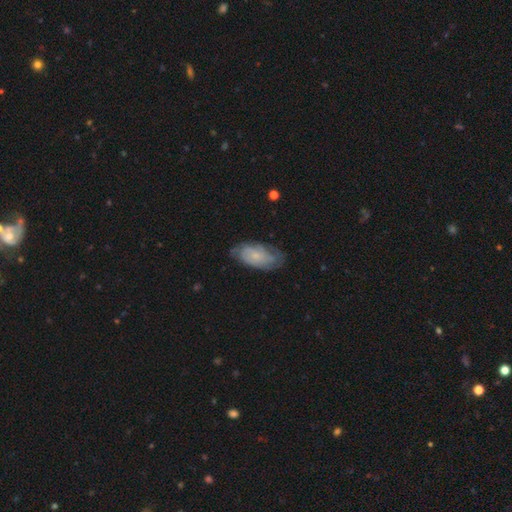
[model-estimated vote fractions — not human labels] Smooth or featured: featured or disk — 63% (smooth — 30%)
Edge-on disk: no — 95% (yes — 5%)
Bar: no — 76% (weak — 21%)
Spiral arms: yes — 87% (no — 13%)
Spiral winding: tight — 61% (medium — 30%)
Spiral arm count: can't tell — 45% (2 — 32%)
Bulge size: small — 71% (moderate — 19%)
Merging: none — 68% (minor disturbance — 23%)